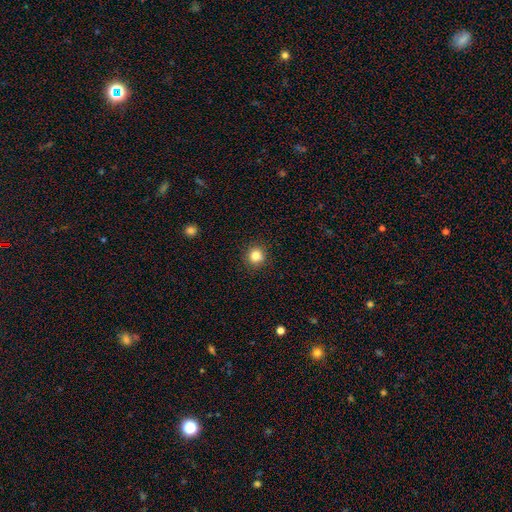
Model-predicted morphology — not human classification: Q: Smooth or featured?
A: smooth (83%); runner-up: star or artifact (11%)
Q: How rounded?
A: round (91%); runner-up: in between (8%)
Q: Merging?
A: none (91%); runner-up: minor disturbance (6%)